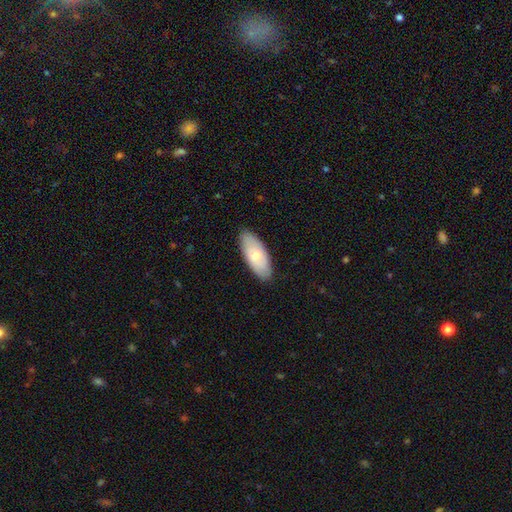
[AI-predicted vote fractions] A smooth galaxy with no disk features (69%) that is in between round and cigar-shaped (84%).

Vote fractions:
- Smooth or featured? smooth: 69% / featured or disk: 25% / star or artifact: 5%
- How rounded? in between: 84% / cigar-shaped: 14% / round: 2%
- Merging? none: 86% / minor disturbance: 11% / major disturbance: 2% / merger: 1%